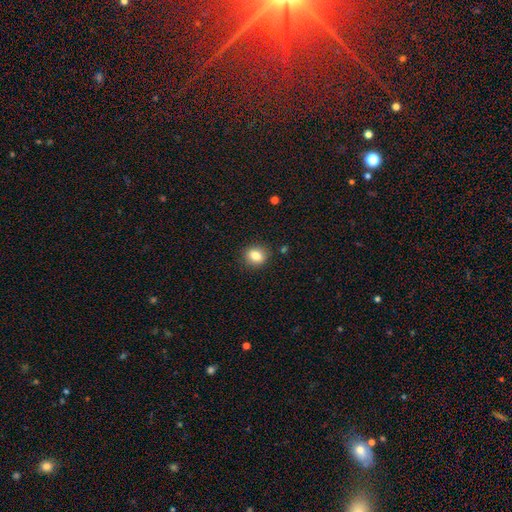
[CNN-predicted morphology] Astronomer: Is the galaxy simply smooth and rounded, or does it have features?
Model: smooth — 82%.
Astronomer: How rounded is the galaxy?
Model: round — 60% (runner-up: in between, 39%).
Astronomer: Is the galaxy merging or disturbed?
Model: none — 87%.